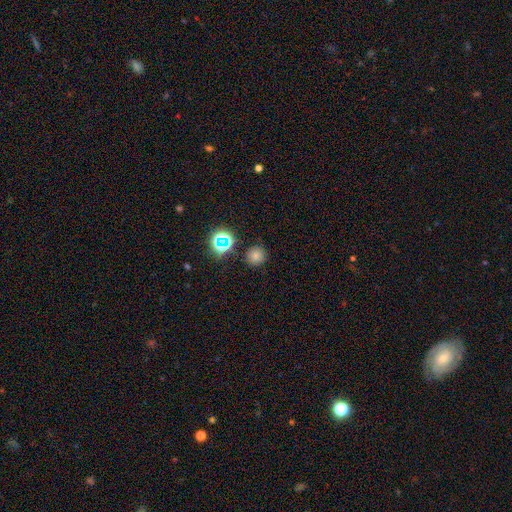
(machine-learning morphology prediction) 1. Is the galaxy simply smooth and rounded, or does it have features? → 71% smooth, 22% star or artifact, 7% featured or disk.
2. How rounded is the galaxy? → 92% round, 7% in between, 1% cigar-shaped.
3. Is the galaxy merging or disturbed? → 86% none, 8% minor disturbance, 3% merger, 3% major disturbance.